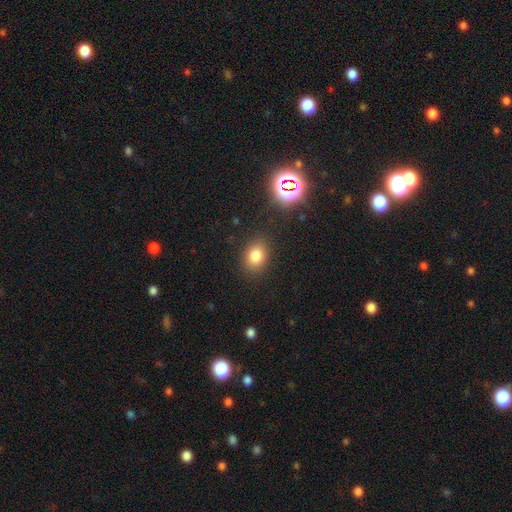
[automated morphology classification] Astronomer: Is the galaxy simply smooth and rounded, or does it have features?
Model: smooth — 80%.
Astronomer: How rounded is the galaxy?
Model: in between — 61% (runner-up: round, 38%).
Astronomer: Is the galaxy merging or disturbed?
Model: none — 84%.